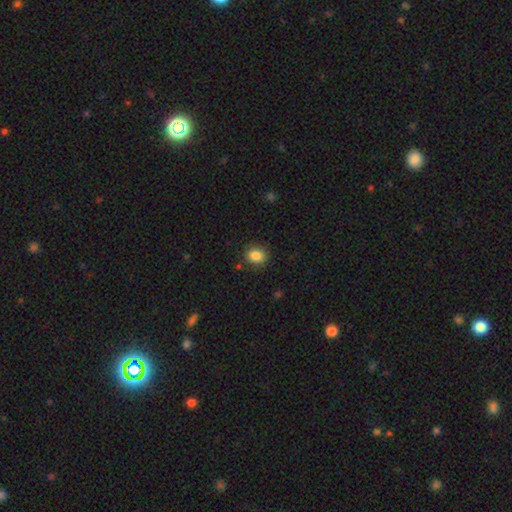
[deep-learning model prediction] Smooth or featured? smooth (86%)
How rounded? round (56%)
Merging? none (87%)